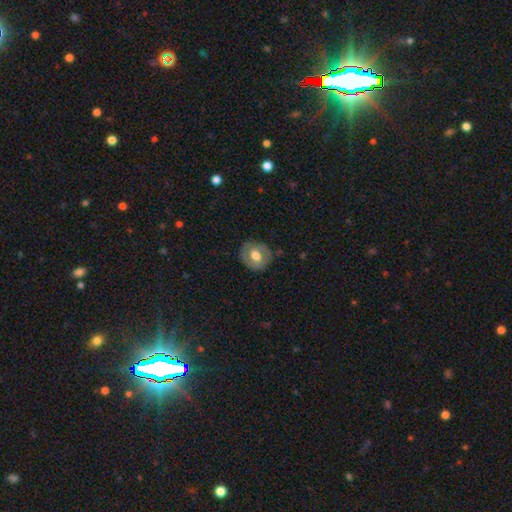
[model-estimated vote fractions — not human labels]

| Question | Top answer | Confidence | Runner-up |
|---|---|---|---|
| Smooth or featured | featured or disk | 48% | smooth (46%) |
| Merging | none | 76% | minor disturbance (17%) |